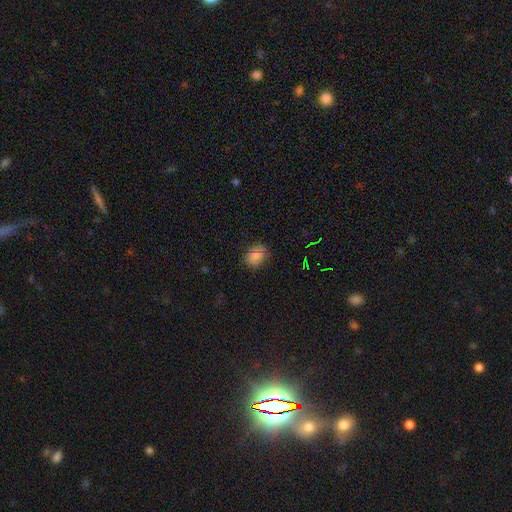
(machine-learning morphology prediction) Smooth or featured? smooth (81%)
How rounded? in between (51%)
Merging? none (80%)